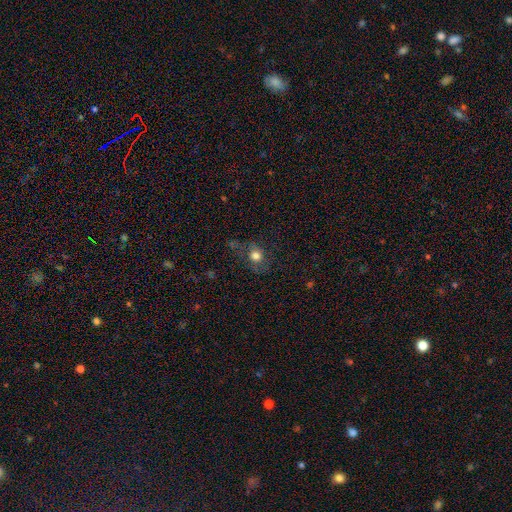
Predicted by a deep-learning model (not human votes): This is likely a smooth galaxy (65%). How rounded: likely round (65%). Merging: likely none (62%).